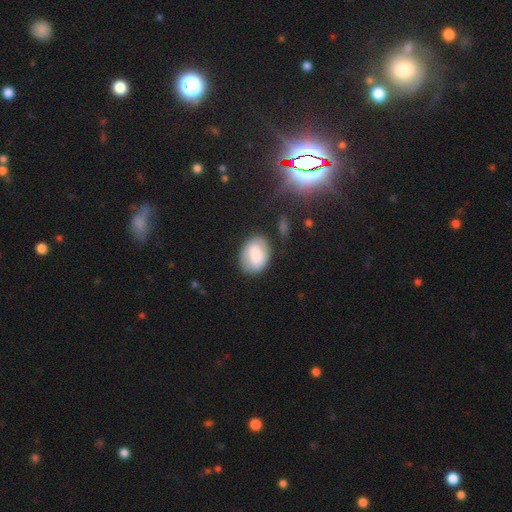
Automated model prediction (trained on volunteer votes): smooth-or-featured: smooth: 76% | featured or disk: 17% | star or artifact: 7%
  how-rounded: in between: 71% | round: 28% | cigar-shaped: 1%
  merging: none: 76% | minor disturbance: 16% | major disturbance: 5% | merger: 3%